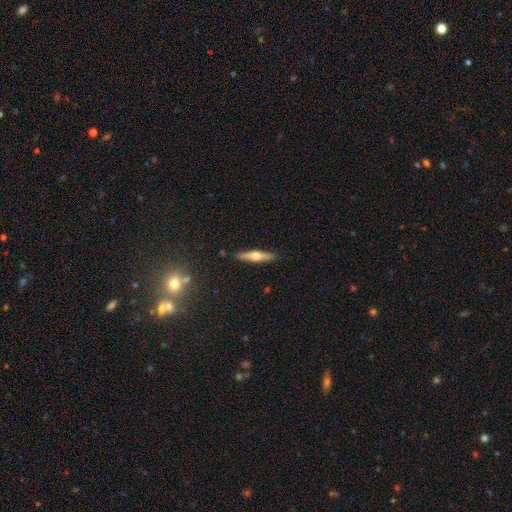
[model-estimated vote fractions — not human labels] A featured or disk galaxy (54%) viewed edge-on (94%) with a rounded central bulge (92%). Merging: none (90%).